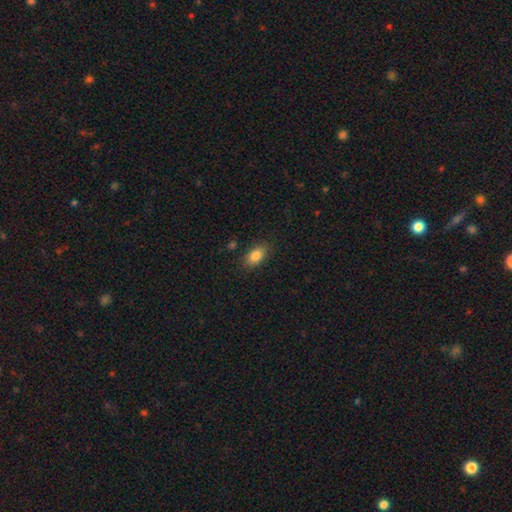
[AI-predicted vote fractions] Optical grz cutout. It shows a smooth galaxy with no disk features (83%) that is in between round and cigar-shaped (88%). Merging: none (84%).